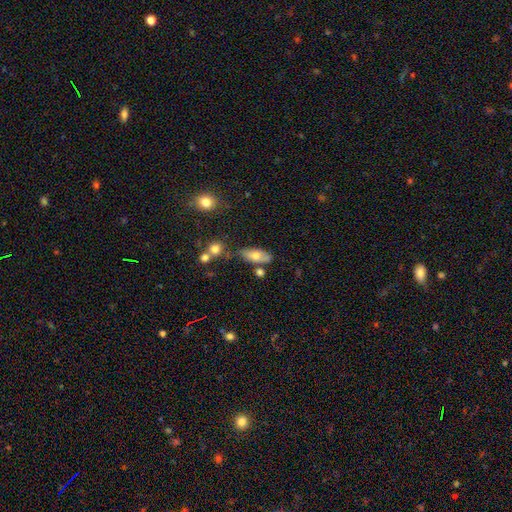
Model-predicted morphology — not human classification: Q: Smooth or featured?
A: smooth (70%); runner-up: featured or disk (22%)
Q: How rounded?
A: in between (81%); runner-up: cigar-shaped (16%)
Q: Merging?
A: none (68%); runner-up: minor disturbance (18%)